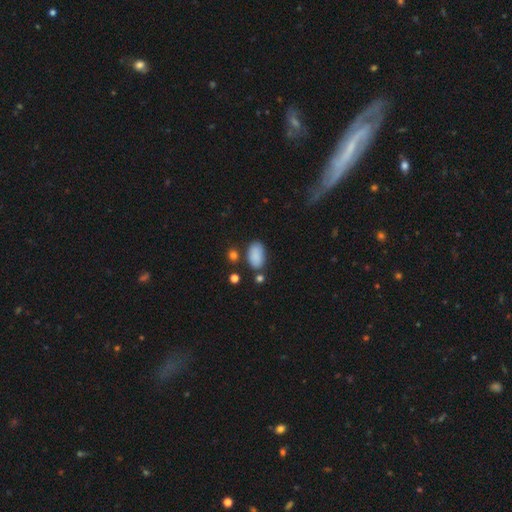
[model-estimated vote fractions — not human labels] A smooth galaxy with no disk features (87%) that is in between round and cigar-shaped (93%).

Vote fractions:
- Smooth or featured? smooth: 87% / star or artifact: 8% / featured or disk: 5%
- How rounded? in between: 93% / round: 5% / cigar-shaped: 2%
- Merging? none: 71% / minor disturbance: 17% / merger: 7% / major disturbance: 5%